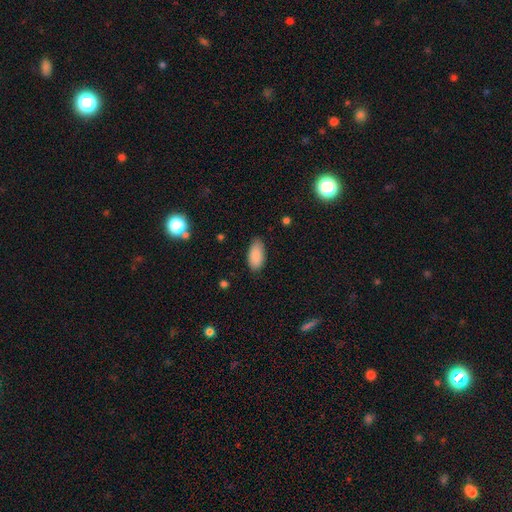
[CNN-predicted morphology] This is clearly a smooth galaxy (89%). How rounded: clearly in between (92%). Merging: clearly none (81%).